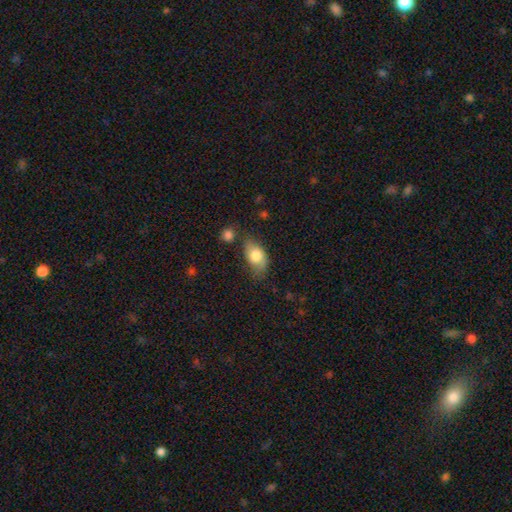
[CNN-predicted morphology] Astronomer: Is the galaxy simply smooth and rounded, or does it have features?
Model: smooth — 77%.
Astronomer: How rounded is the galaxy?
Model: in between — 89%.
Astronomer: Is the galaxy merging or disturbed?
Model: none — 55%.